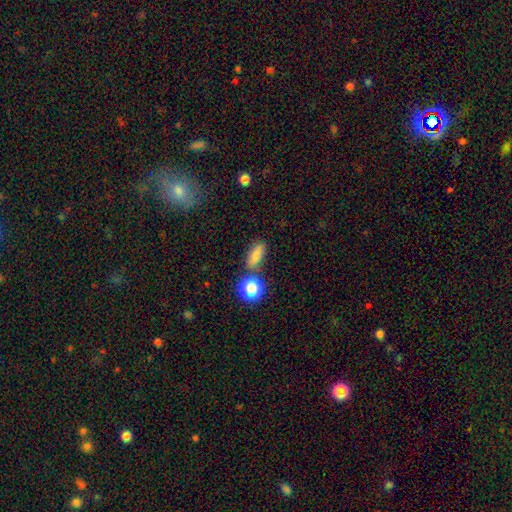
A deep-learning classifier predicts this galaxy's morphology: A smooth galaxy with no disk features (77%) that is in between round and cigar-shaped (57%). Merging: none (73%).